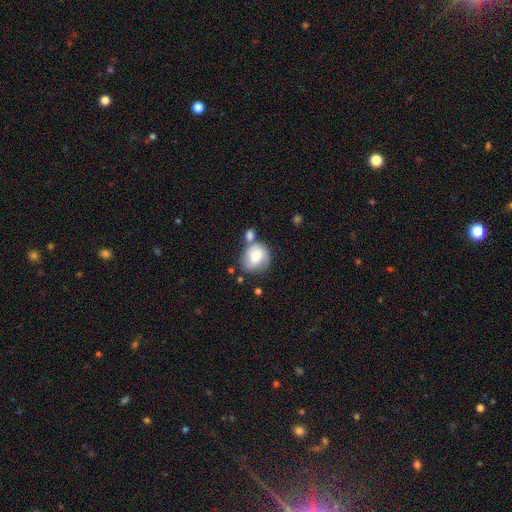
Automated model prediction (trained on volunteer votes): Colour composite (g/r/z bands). It shows a smooth galaxy with no disk features (65%) that is round (62%). Merging: none (38%).